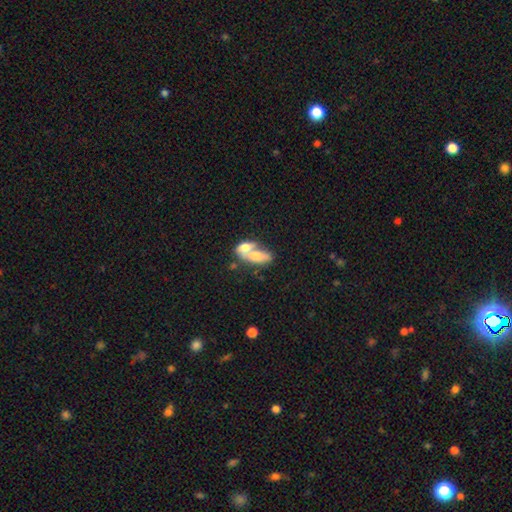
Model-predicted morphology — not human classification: Smooth or featured?
  - smooth: 64% *
  - featured or disk: 29%
  - star or artifact: 7%
How rounded?
  - in between: 85% *
  - cigar-shaped: 10%
  - round: 6%
Merging?
  - merger: 73% *
  - none: 16%
  - minor disturbance: 6%
  - major disturbance: 5%